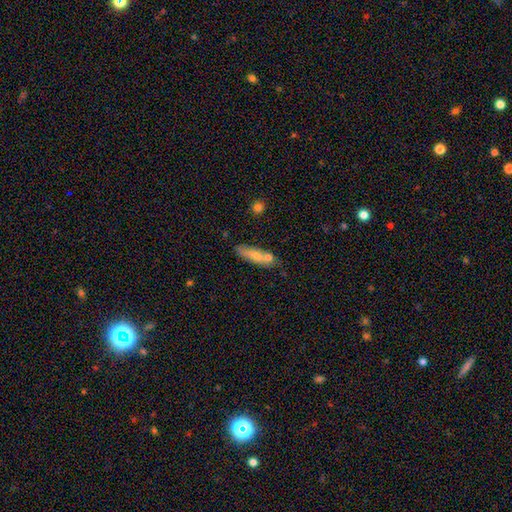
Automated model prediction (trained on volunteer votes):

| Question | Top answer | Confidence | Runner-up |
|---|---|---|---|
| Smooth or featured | smooth | 72% | featured or disk (20%) |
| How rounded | cigar-shaped | 62% | in between (35%) |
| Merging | none | 59% | merger (19%) |